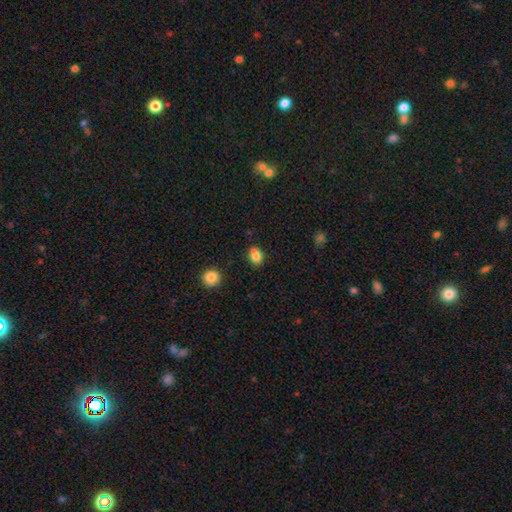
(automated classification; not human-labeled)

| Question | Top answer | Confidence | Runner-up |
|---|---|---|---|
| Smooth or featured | smooth | 80% | star or artifact (11%) |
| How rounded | in between | 56% | round (43%) |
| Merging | none | 66% | minor disturbance (18%) |